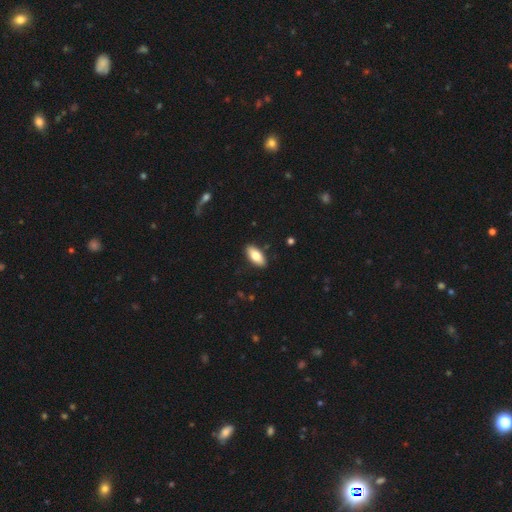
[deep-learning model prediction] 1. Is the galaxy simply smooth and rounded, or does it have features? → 76% smooth, 17% featured or disk, 6% star or artifact.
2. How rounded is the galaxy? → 87% in between, 11% cigar-shaped, 2% round.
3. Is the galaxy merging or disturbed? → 88% none, 9% minor disturbance, 2% major disturbance, 1% merger.